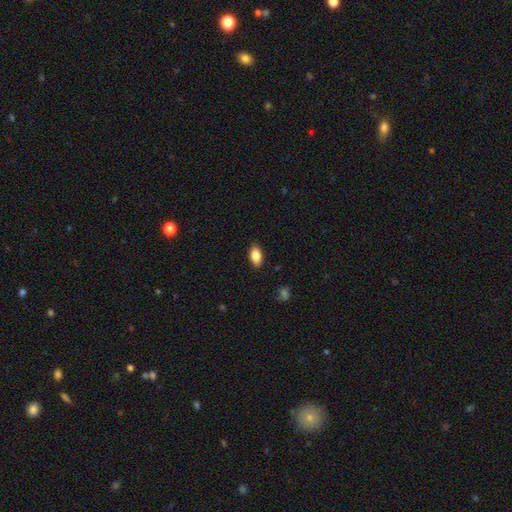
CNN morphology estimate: The model was most divided on "smooth or featured": smooth: 86%, star or artifact: 8%, featured or disk: 7%. More confident: how rounded — in between (91%); merging — none (88%).